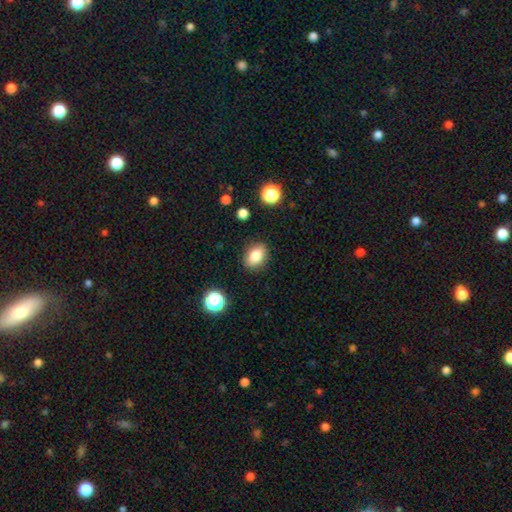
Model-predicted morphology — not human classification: Smooth or featured: smooth — 83% (star or artifact — 10%)
How rounded: in between — 74% (round — 24%)
Merging: none — 86% (minor disturbance — 10%)